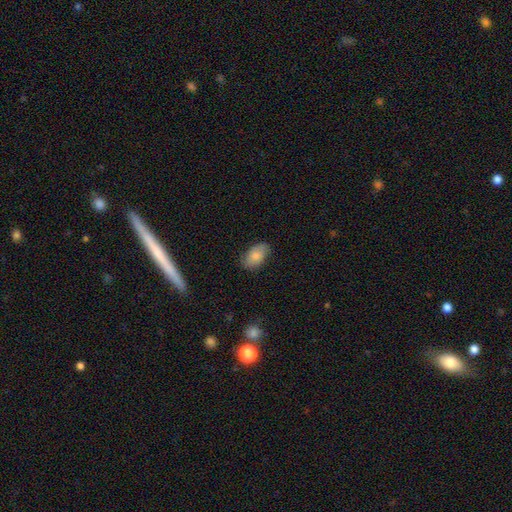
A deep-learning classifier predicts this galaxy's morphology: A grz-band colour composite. It shows a smooth galaxy with no disk features (79%) that is in between round and cigar-shaped (93%). Merging: none (76%).